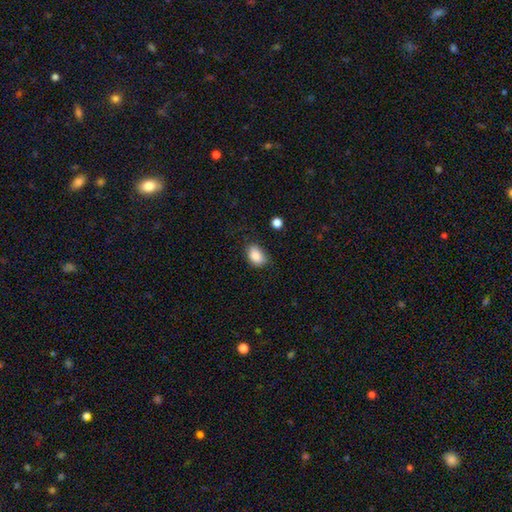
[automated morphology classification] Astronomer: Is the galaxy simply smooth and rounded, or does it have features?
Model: smooth — 87%.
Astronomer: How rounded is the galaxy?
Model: in between — 84%.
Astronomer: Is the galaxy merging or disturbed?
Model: none — 71%.